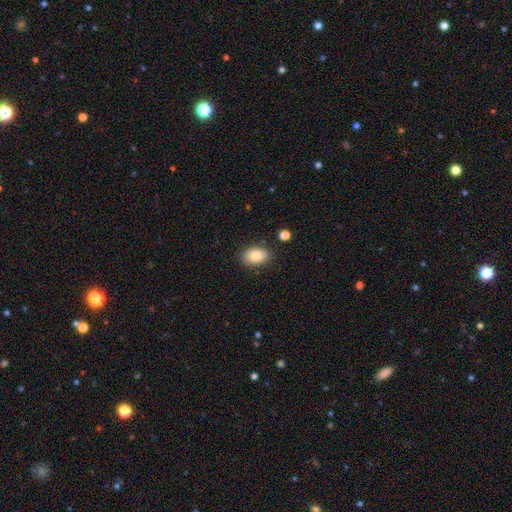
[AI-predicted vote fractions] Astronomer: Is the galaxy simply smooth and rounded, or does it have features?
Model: smooth — 82%.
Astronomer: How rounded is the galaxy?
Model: in between — 84%.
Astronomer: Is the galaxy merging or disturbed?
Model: none — 84%.